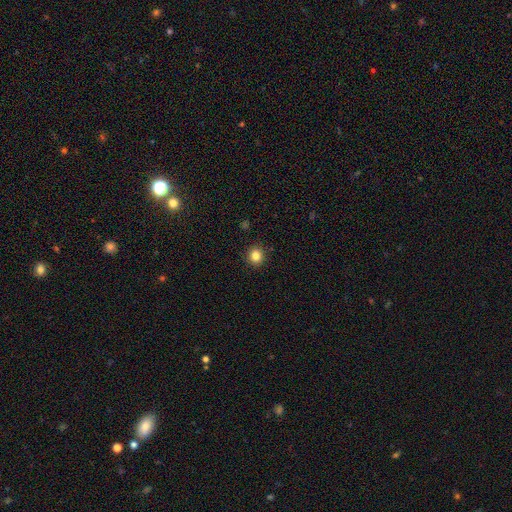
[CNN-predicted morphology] Smooth or featured? smooth (84%)
How rounded? round (90%)
Merging? none (92%)